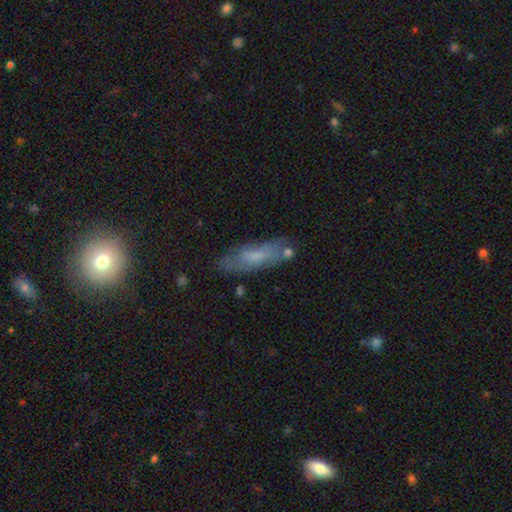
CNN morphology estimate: A smooth galaxy with no disk features (56%) that is cigar-shaped (49%). Merging: none (69%).